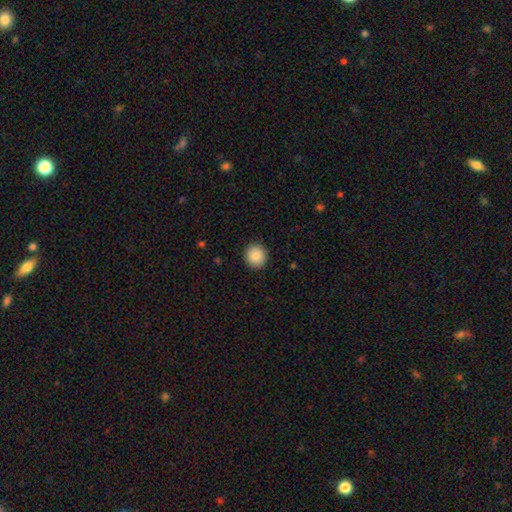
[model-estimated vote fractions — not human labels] Smooth or featured?
  - smooth: 88% *
  - star or artifact: 8%
  - featured or disk: 4%
How rounded?
  - round: 91% *
  - in between: 8%
  - cigar-shaped: 1%
Merging?
  - none: 92% *
  - minor disturbance: 6%
  - major disturbance: 2%
  - merger: 1%